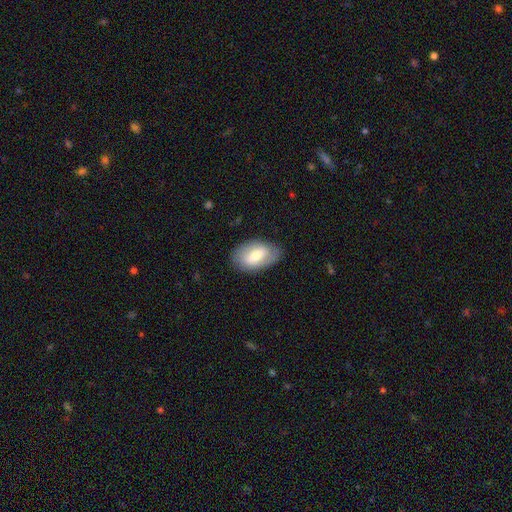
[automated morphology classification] Smooth or featured?
  - smooth: 55% *
  - featured or disk: 38%
  - star or artifact: 6%
How rounded?
  - in between: 90% *
  - round: 9%
  - cigar-shaped: 2%
Merging?
  - none: 79% *
  - minor disturbance: 15%
  - major disturbance: 5%
  - merger: 1%